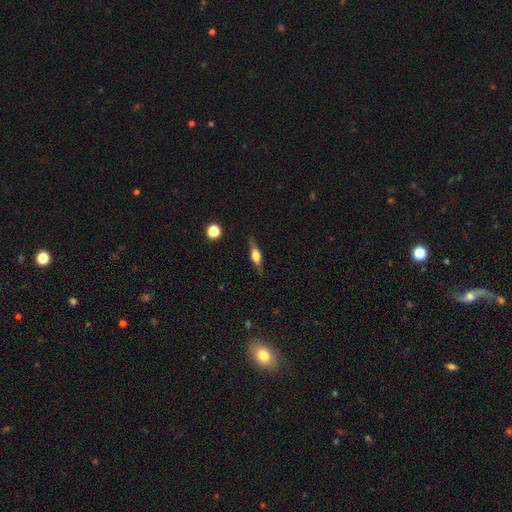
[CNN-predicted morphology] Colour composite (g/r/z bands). It shows a featured or disk galaxy (55%) viewed edge-on (92%) with a rounded central bulge (88%). Merging: none (81%).